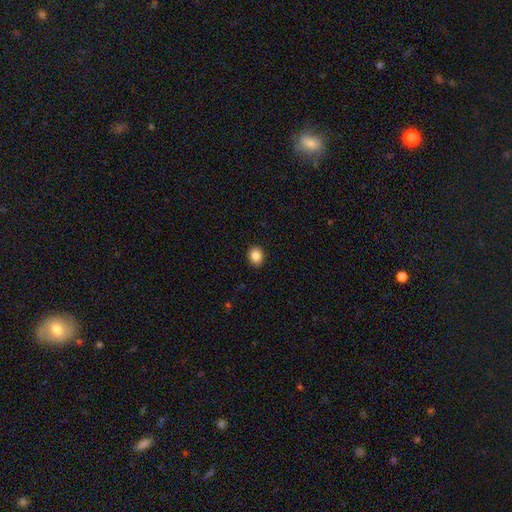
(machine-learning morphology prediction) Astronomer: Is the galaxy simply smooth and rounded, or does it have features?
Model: smooth — 85%.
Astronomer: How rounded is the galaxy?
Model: round — 64%.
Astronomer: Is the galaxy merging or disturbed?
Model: none — 91%.